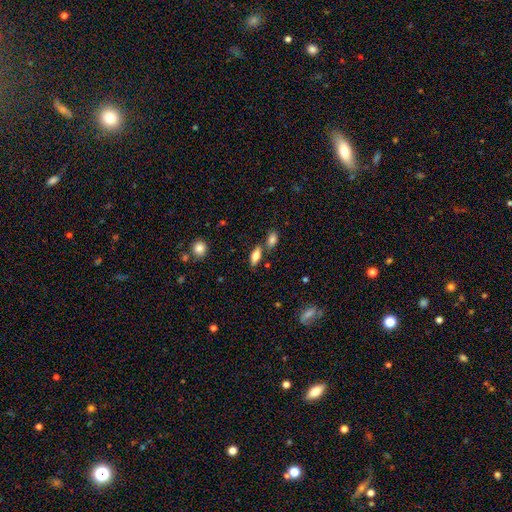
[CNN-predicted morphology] A smooth galaxy with no disk features (71%) that is in between round and cigar-shaped (80%). Merging: none (69%).